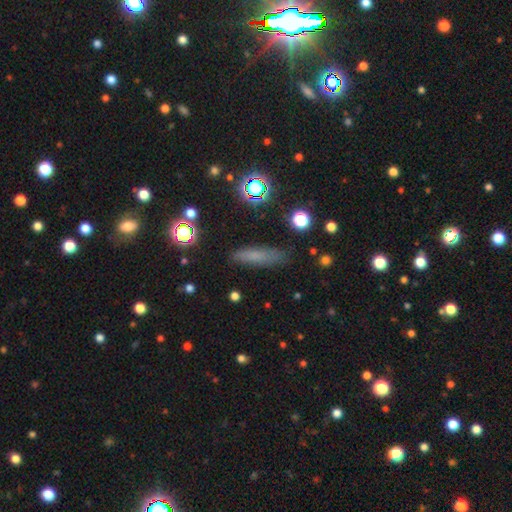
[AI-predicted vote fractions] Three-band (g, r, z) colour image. It shows a smooth galaxy with no disk features (66%) that is cigar-shaped (69%). Merging: none (83%).